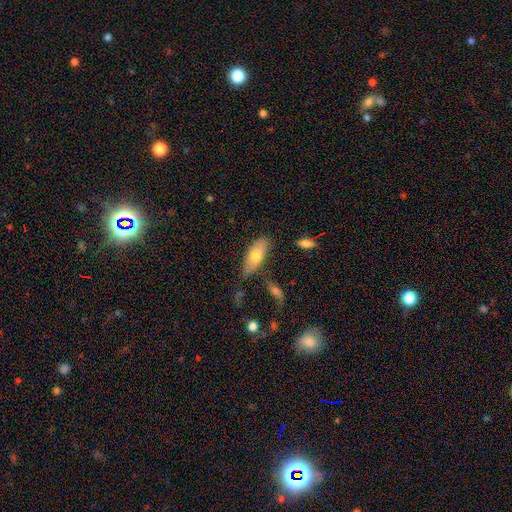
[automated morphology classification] type=smooth (67%); roundness=in between (80%); merging=none (67%).